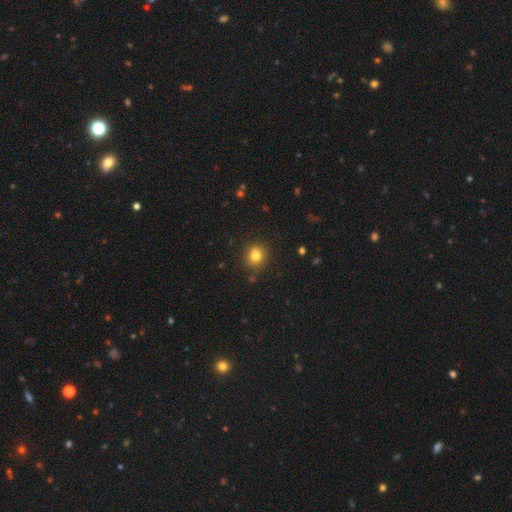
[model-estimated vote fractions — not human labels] smooth 79%, star or artifact 13%, featured or disk 8%. Down the decision tree: how rounded — round (83%); merging — none (85%).